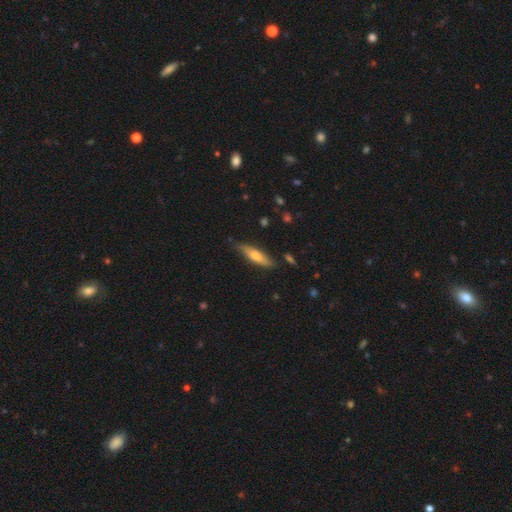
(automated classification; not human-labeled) The model was most divided on "smooth or featured": smooth: 60%, featured or disk: 34%, star or artifact: 6%. More confident: merging — none (79%); how rounded — cigar-shaped (64%).